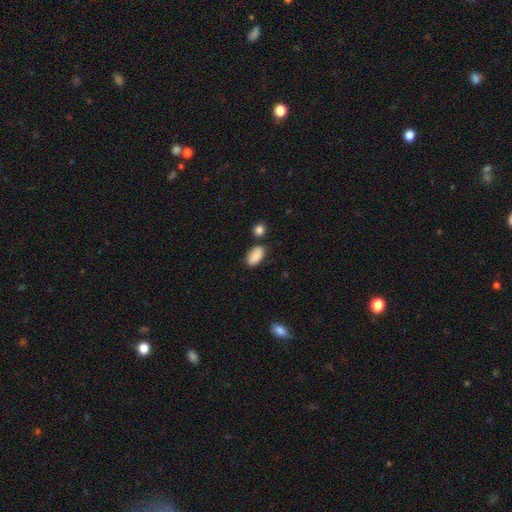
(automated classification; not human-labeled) smooth-or-featured: smooth: 87% | star or artifact: 7% | featured or disk: 6%
  how-rounded: in between: 93% | round: 4% | cigar-shaped: 3%
  merging: none: 74% | minor disturbance: 15% | merger: 8% | major disturbance: 3%